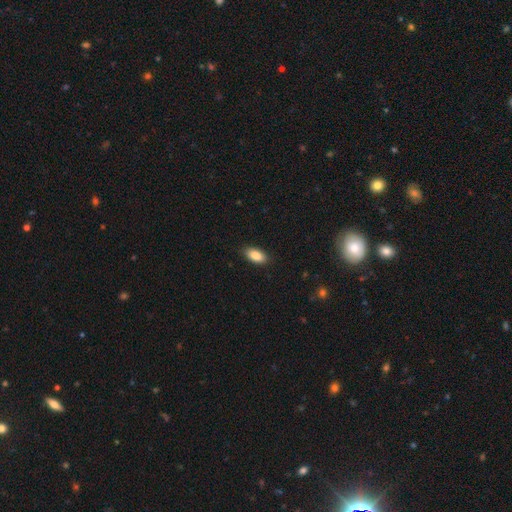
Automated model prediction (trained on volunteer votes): smooth-or-featured: smooth: 87% | star or artifact: 7% | featured or disk: 6%
  how-rounded: in between: 92% | cigar-shaped: 5% | round: 3%
  merging: none: 88% | minor disturbance: 9% | major disturbance: 2% | merger: 1%